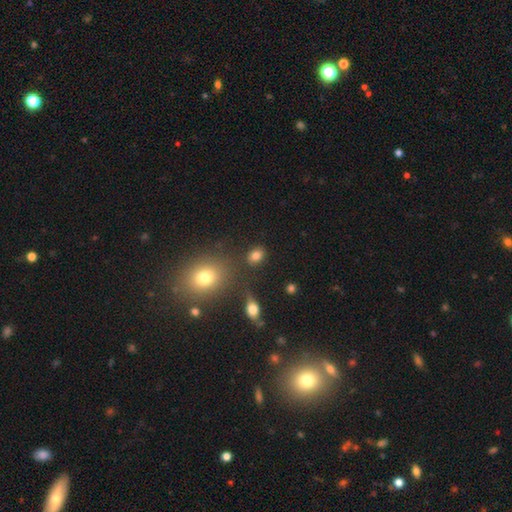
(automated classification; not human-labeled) This appears to be a smooth galaxy with no disk features (81%) that is in between round and cigar-shaped (63%). Merging: none (81%).